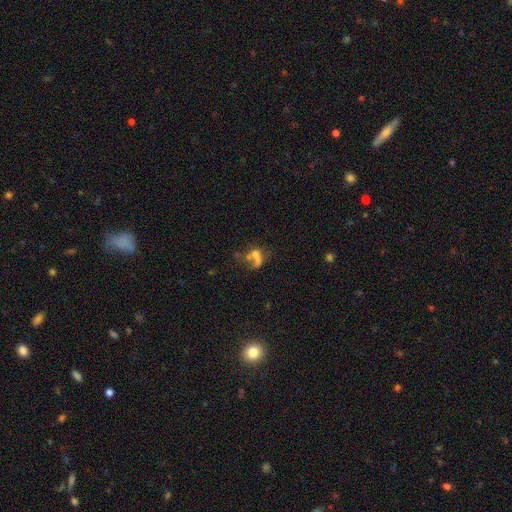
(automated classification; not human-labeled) Smooth or featured? Predicted: featured or disk (p=0.41). Merging? Predicted: major disturbance (p=0.37).